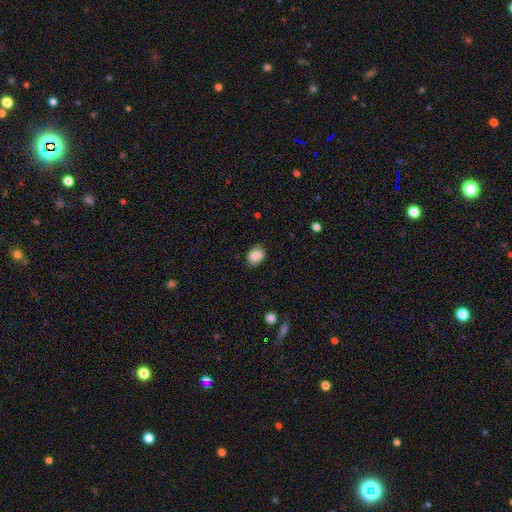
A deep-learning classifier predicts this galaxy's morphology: Smooth or featured: smooth — 82% (featured or disk — 10%)
How rounded: in between — 69% (round — 30%)
Merging: none — 84% (minor disturbance — 12%)